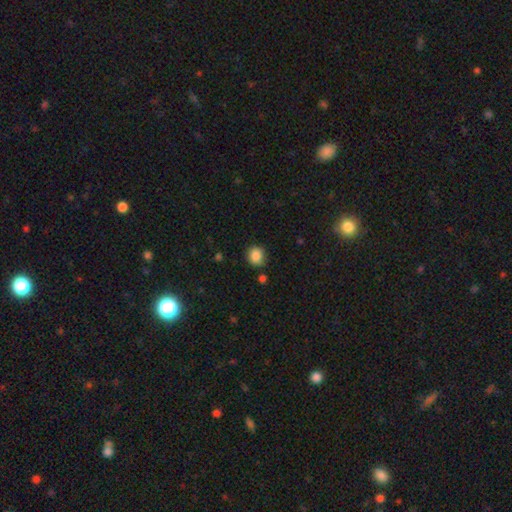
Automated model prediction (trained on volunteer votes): Smooth or featured? Predicted: smooth (p=0.86). How rounded? Predicted: round (p=0.79). Merging? Predicted: none (p=0.76).